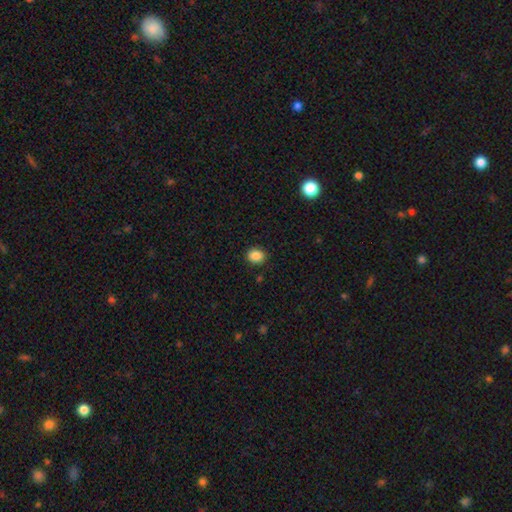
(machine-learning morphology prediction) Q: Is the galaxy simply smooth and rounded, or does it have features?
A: smooth — 87%.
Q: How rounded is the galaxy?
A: round — 60%.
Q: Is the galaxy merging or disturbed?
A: none — 89%.